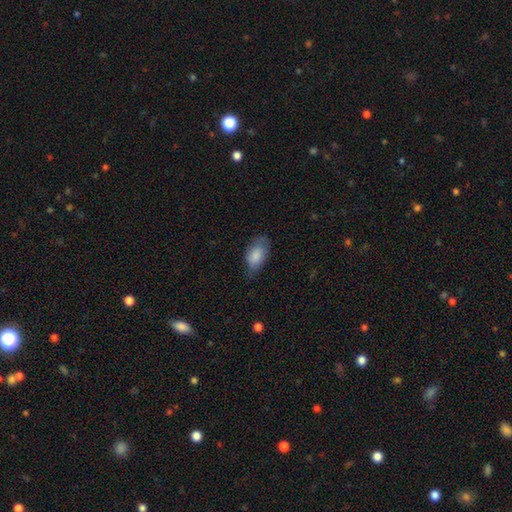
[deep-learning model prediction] Overall: smooth (83%). How rounded: in between (92%). Merging: none (60%; minor disturbance 30%).